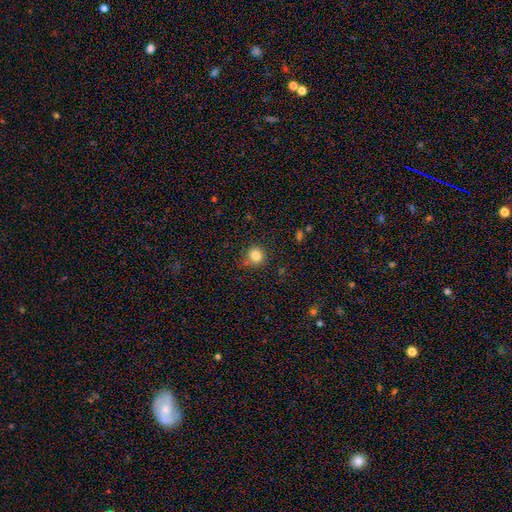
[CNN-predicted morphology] Q: Smooth or featured?
A: smooth (83%); runner-up: star or artifact (12%)
Q: How rounded?
A: round (85%); runner-up: in between (14%)
Q: Merging?
A: none (74%); runner-up: minor disturbance (17%)